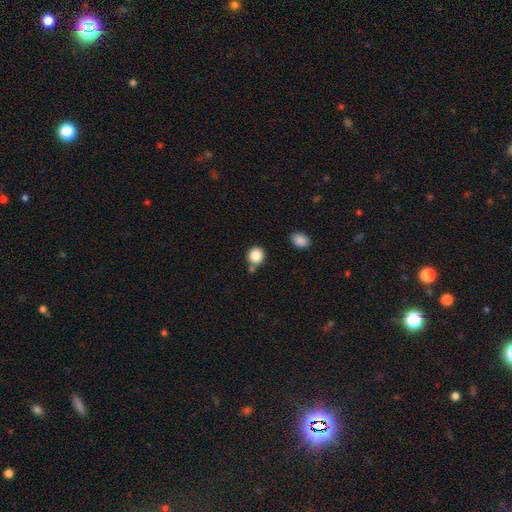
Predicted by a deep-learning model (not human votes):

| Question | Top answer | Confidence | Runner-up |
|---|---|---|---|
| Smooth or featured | smooth | 86% | star or artifact (9%) |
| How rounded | round | 87% | in between (12%) |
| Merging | none | 72% | merger (15%) |